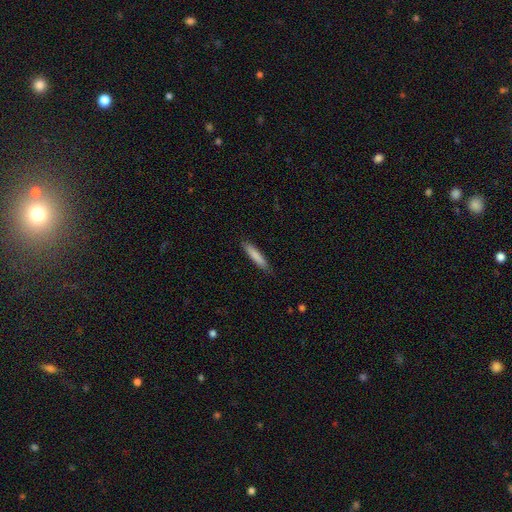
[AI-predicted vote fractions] Overall: smooth (83%). How rounded: cigar-shaped (89%). Merging: none (85%).